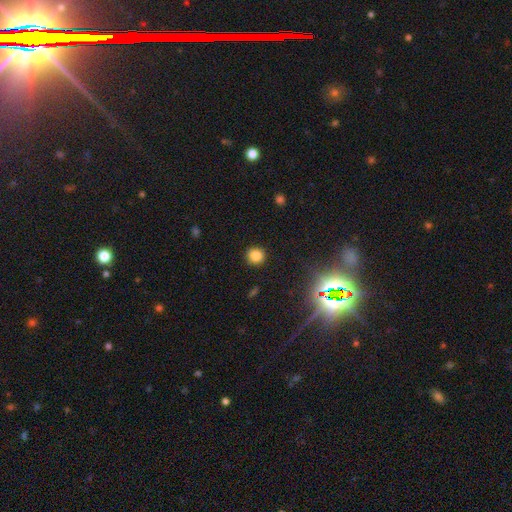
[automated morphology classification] smooth_or_featured: smooth (p=0.81) [alt: star or artifact p=0.14]
how_rounded: round (p=0.90) [alt: in between p=0.09]
merging: none (p=0.90) [alt: minor disturbance p=0.06]